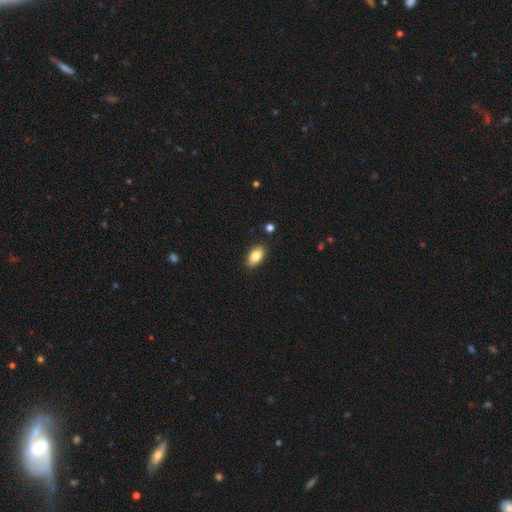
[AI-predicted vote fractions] A smooth galaxy with no disk features (81%) that is in between round and cigar-shaped (91%).

Vote fractions:
- Smooth or featured? smooth: 81% / featured or disk: 12% / star or artifact: 7%
- How rounded? in between: 91% / cigar-shaped: 5% / round: 4%
- Merging? none: 87% / minor disturbance: 9% / major disturbance: 2% / merger: 2%